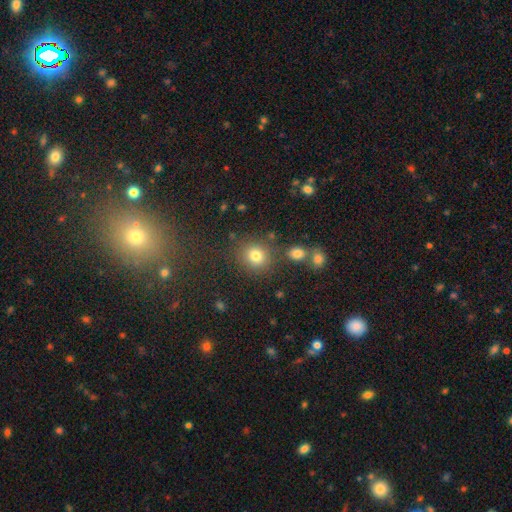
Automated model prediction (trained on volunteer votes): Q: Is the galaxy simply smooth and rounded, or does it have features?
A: smooth — 78%.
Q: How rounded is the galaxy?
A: round — 84%.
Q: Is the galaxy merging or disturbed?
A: none — 79%.